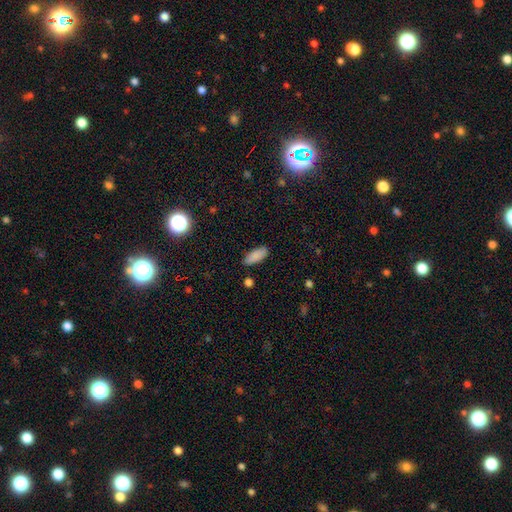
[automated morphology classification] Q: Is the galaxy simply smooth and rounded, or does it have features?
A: smooth — 87%.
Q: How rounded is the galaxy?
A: in between — 79%.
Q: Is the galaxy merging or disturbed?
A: none — 86%.